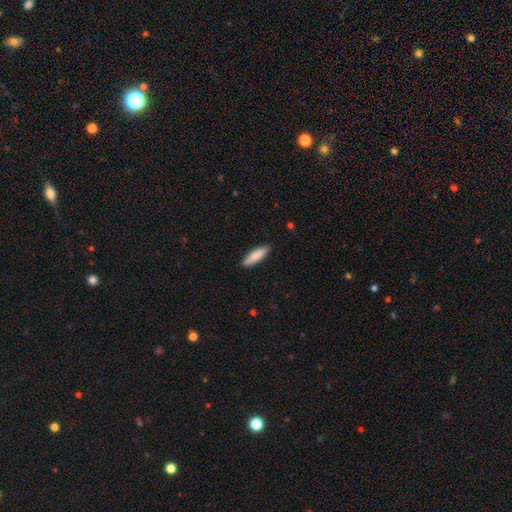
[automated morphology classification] Smooth or featured: smooth — 85% (featured or disk — 10%)
How rounded: cigar-shaped — 65% (in between — 33%)
Merging: none — 88% (minor disturbance — 9%)